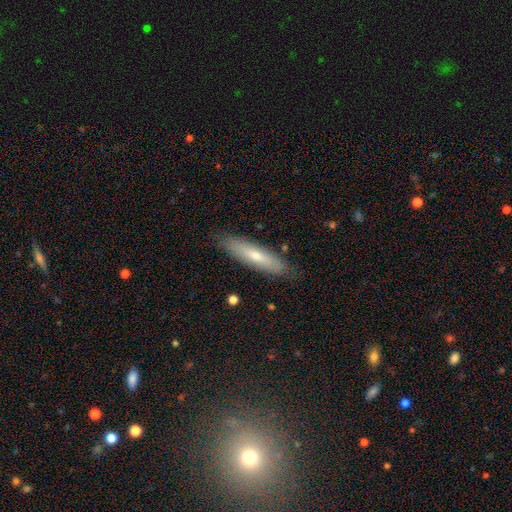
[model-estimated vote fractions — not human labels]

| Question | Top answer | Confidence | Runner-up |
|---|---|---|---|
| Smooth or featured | smooth | 59% | featured or disk (35%) |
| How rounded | cigar-shaped | 76% | in between (23%) |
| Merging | none | 85% | minor disturbance (12%) |